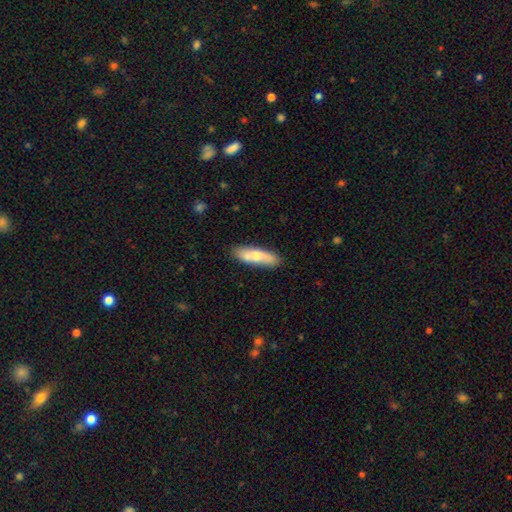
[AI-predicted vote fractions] A smooth galaxy with no disk features (66%) that is cigar-shaped (61%). Merging: none (83%).